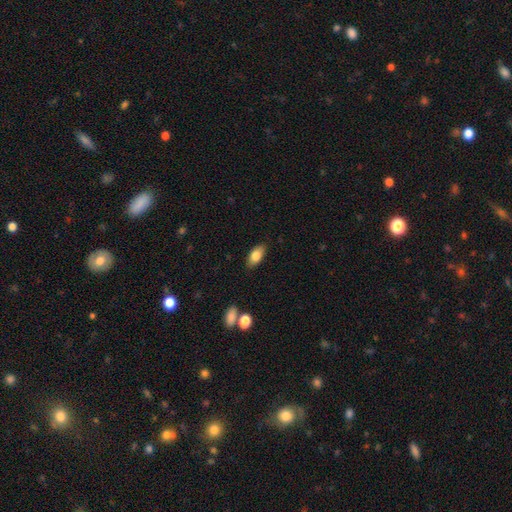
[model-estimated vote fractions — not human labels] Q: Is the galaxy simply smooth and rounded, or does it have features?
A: smooth — 81%.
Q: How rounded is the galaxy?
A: in between — 89%.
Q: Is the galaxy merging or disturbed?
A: none — 85%.